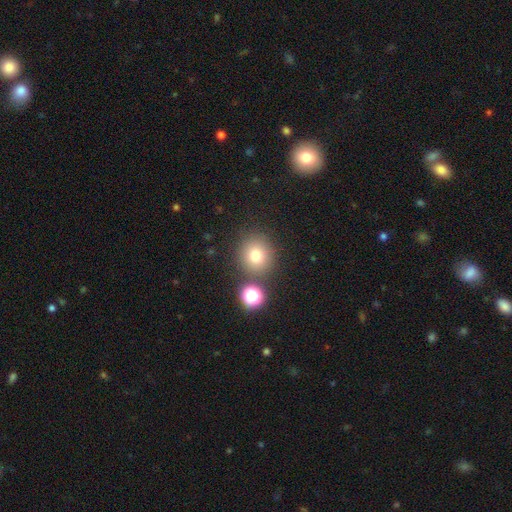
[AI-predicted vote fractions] The model was most divided on "smooth or featured": smooth: 76%, star or artifact: 15%, featured or disk: 9%. More confident: how rounded — round (88%); merging — none (79%).